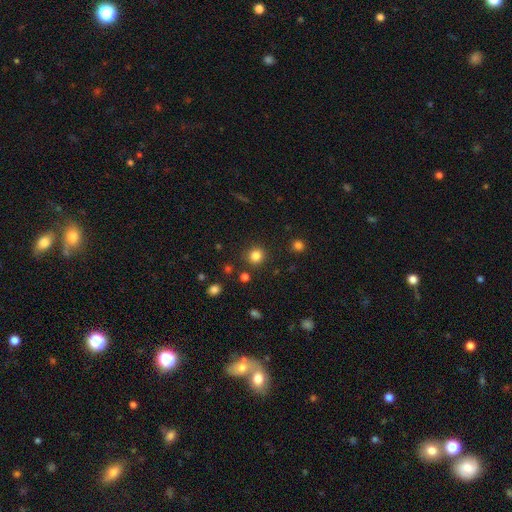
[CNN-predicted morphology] Smooth or featured? smooth (82%)
How rounded? round (91%)
Merging? none (88%)